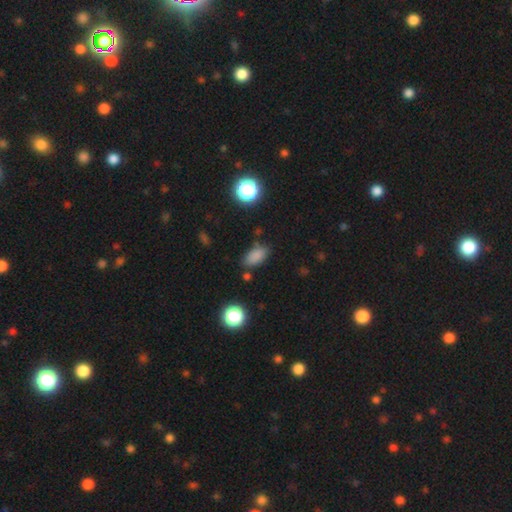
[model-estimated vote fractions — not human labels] Overall: smooth (84%). How rounded: in between (89%). Merging: none (78%).